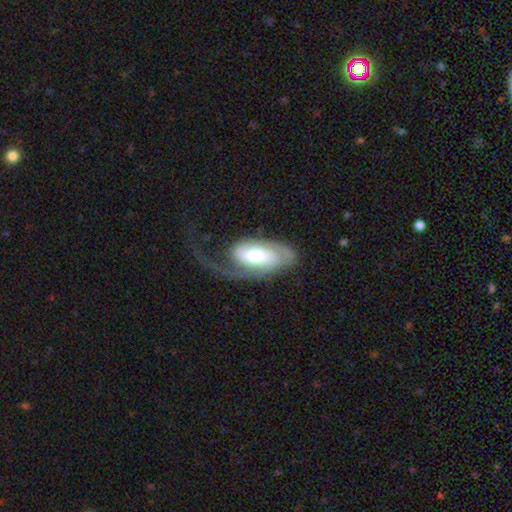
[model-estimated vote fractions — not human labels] The model was most divided on "spiral winding": loose: 36%, medium: 34%, tight: 30%. Remaining: edge-on disk — no (94%); spiral arms — yes (89%); smooth or featured — featured or disk (69%); bar — no (59%); spiral arm count — 1 (48%); merging — major disturbance (47%); bulge size — moderate (47%).